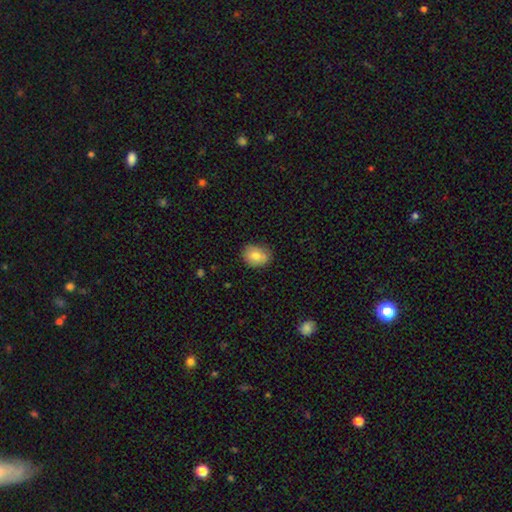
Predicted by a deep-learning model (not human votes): Smooth or featured: smooth — 77% (featured or disk — 15%)
How rounded: in between — 57% (round — 42%)
Merging: none — 73% (minor disturbance — 20%)